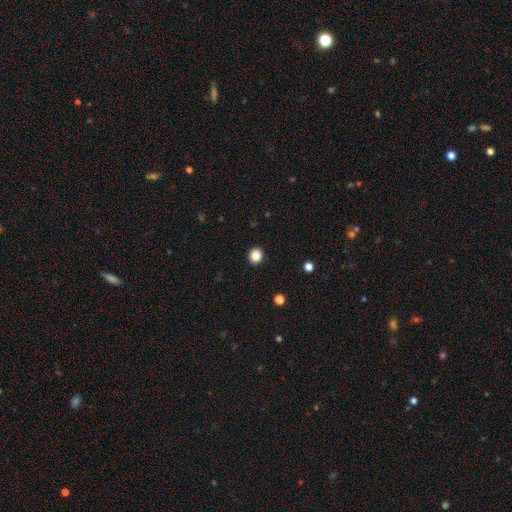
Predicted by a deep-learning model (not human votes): Smooth or featured? smooth (86%)
How rounded? round (83%)
Merging? none (92%)